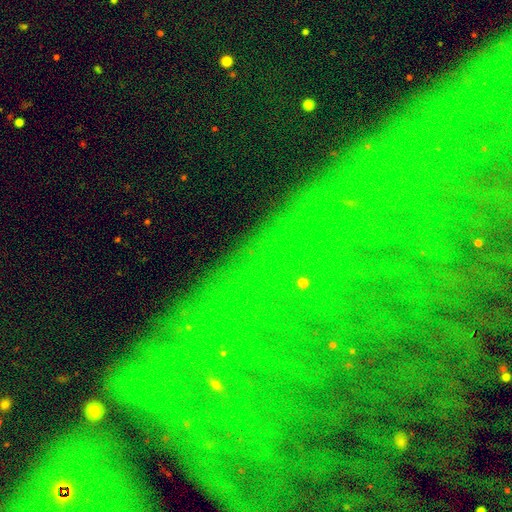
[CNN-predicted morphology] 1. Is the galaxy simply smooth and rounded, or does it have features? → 80% star or artifact, 11% featured or disk, 9% smooth.